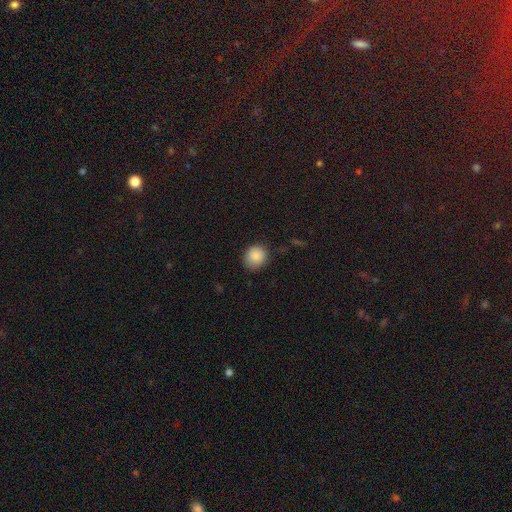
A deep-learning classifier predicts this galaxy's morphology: smooth_or_featured: smooth (p=0.88) [alt: star or artifact p=0.09]
how_rounded: round (p=0.82) [alt: in between p=0.17]
merging: none (p=0.82) [alt: minor disturbance p=0.14]